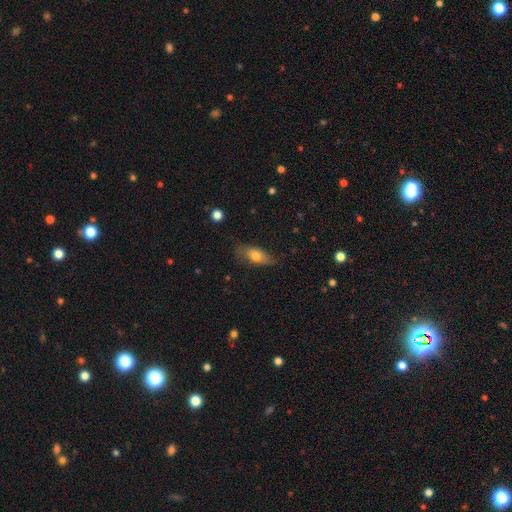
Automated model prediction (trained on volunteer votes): A smooth galaxy with no disk features (71%) that is in between round and cigar-shaped (80%). Merging: none (71%).